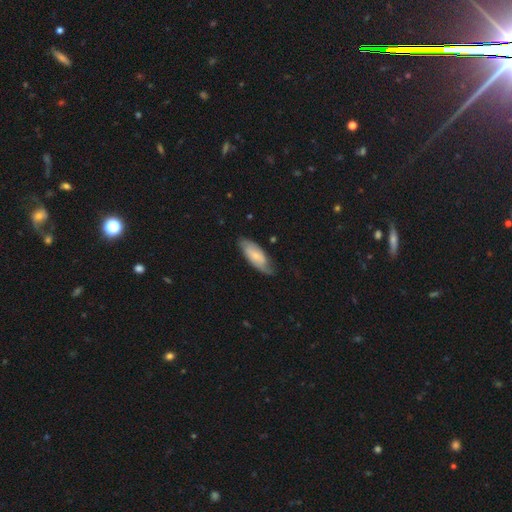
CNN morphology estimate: smooth 47% (tied), featured or disk 47% (tied), star or artifact 6%. Down the decision tree: merging — none (68%).